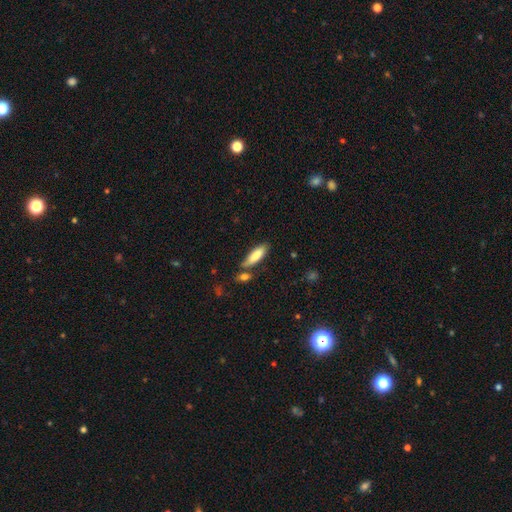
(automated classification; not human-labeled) A smooth galaxy with no disk features (81%) that is cigar-shaped (50%).

Vote fractions:
- Smooth or featured? smooth: 81% / featured or disk: 13% / star or artifact: 6%
- How rounded? cigar-shaped: 50% / in between: 49% / round: 2%
- Merging? none: 69% / minor disturbance: 17% / merger: 10% / major disturbance: 4%